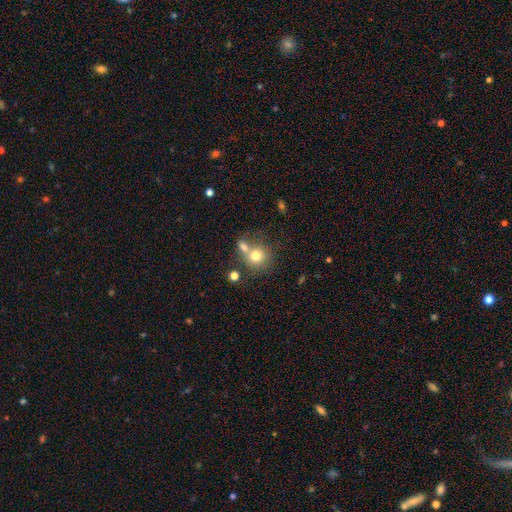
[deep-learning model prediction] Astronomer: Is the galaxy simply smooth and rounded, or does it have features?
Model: smooth — 75%.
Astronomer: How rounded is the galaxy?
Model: round — 83%.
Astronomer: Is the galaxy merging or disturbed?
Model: none — 45% (runner-up: merger, 41%).